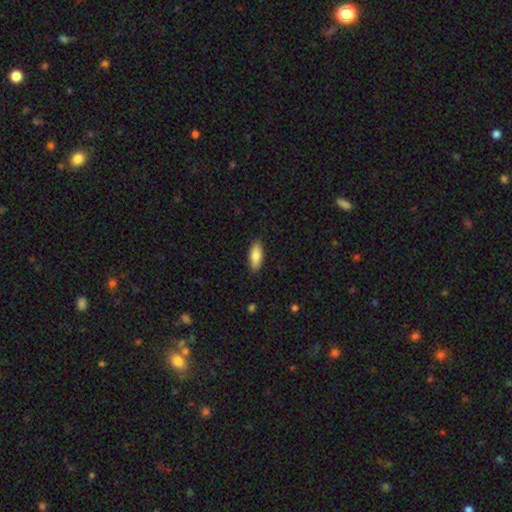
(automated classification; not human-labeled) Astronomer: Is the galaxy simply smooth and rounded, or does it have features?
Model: smooth — 84%.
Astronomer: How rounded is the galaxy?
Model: in between — 80%.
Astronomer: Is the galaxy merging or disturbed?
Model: none — 88%.